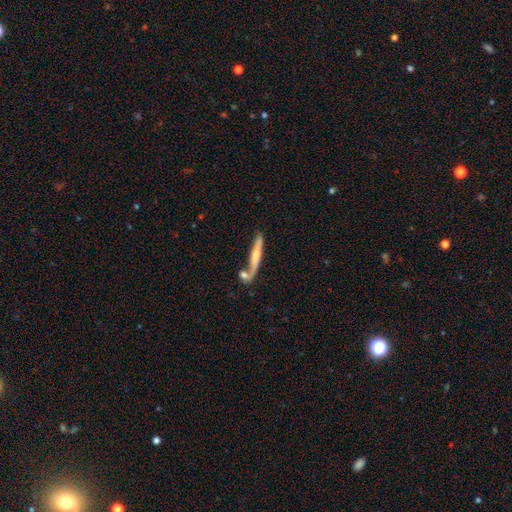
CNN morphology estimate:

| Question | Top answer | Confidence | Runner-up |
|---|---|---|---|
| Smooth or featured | smooth | 47% | tied: featured or disk (47%) |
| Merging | none | 55% | merger (27%) |